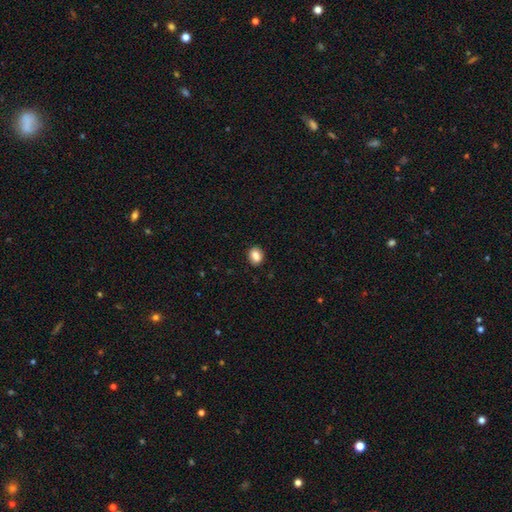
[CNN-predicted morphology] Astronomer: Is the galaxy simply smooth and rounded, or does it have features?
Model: smooth — 85%.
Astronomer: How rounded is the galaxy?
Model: round — 51% (runner-up: in between, 47%).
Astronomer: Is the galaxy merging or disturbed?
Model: none — 89%.